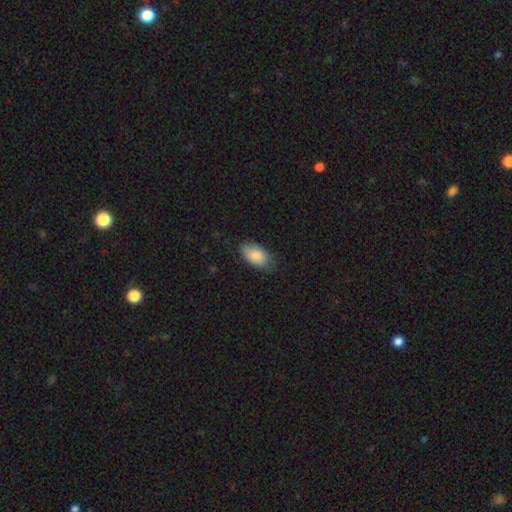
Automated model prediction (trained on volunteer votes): Morphology: type=smooth (85%); roundness=in between (94%); merging=none (73%).